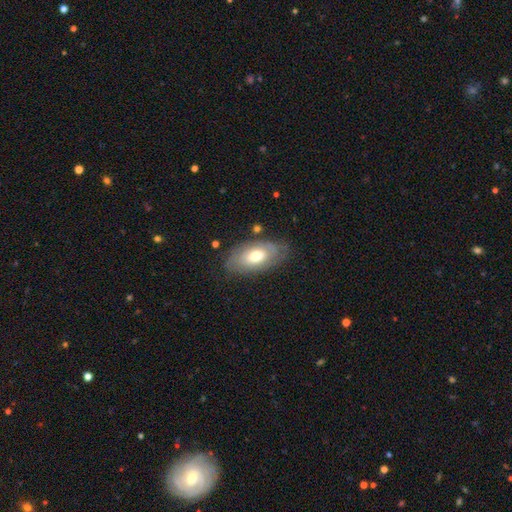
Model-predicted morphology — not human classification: type=smooth (49%); merging=none (74%).